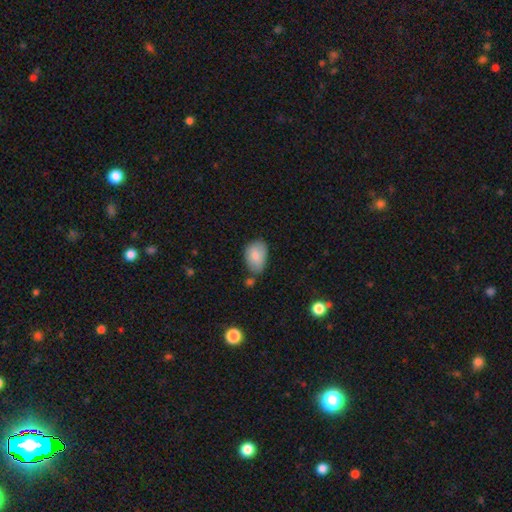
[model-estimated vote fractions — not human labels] Smooth or featured? smooth (81%)
How rounded? in between (86%)
Merging? none (57%)